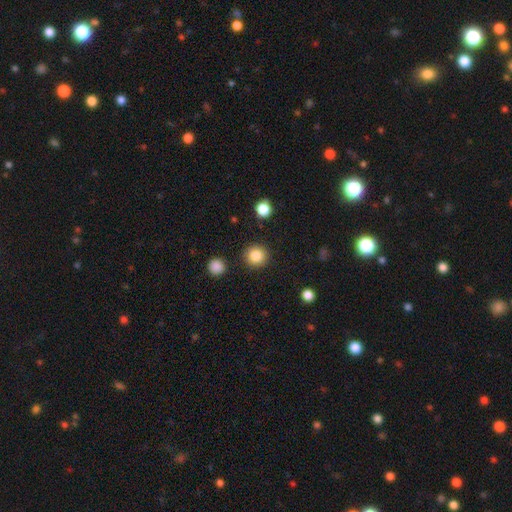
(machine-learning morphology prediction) The model was most divided on "smooth or featured": smooth: 85%, star or artifact: 10%, featured or disk: 5%. More confident: how rounded — round (93%); merging — none (90%).